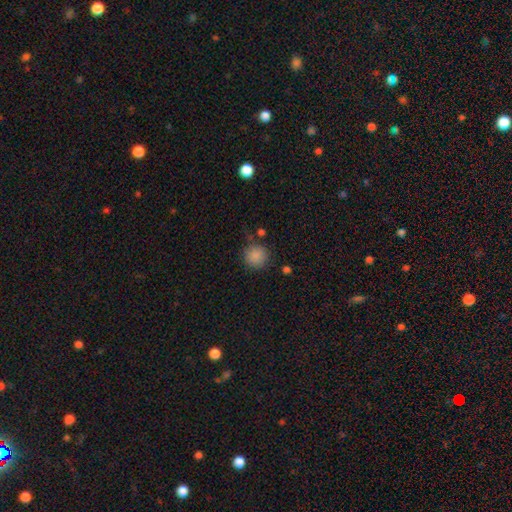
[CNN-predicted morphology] type=smooth (86%); roundness=round (93%); merging=none (79%).